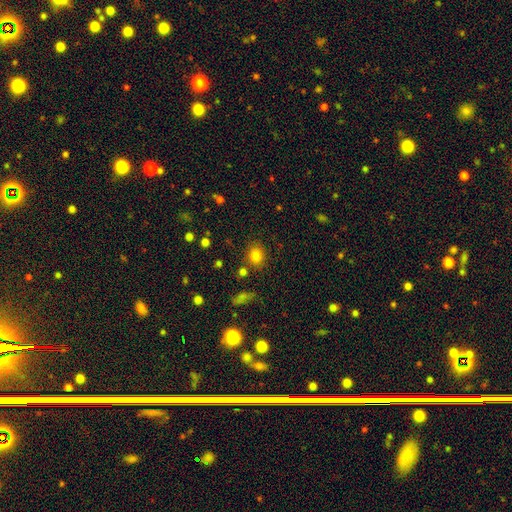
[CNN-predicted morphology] Smooth or featured? Predicted: smooth (p=0.80). How rounded? Predicted: round (p=0.67). Merging? Predicted: none (p=0.82).